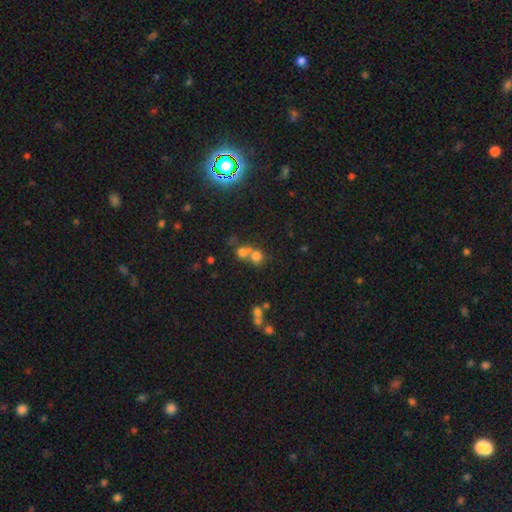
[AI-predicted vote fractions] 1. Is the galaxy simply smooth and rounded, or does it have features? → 68% smooth, 18% star or artifact, 14% featured or disk.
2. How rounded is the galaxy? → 82% round, 17% in between, 1% cigar-shaped.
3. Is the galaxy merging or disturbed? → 52% merger, 38% none, 6% minor disturbance, 4% major disturbance.